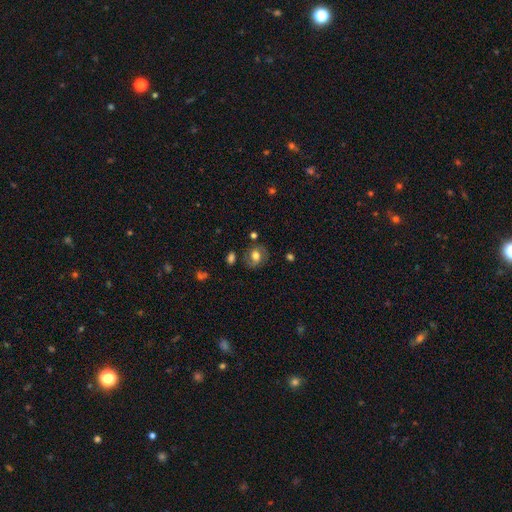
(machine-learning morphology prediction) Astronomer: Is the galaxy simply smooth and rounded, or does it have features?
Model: featured or disk — 45%, tied with smooth at 45%.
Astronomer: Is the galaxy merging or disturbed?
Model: none — 72%.